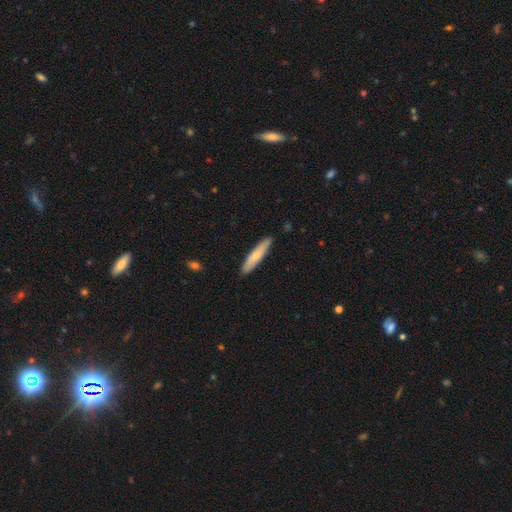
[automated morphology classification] smooth 71%, featured or disk 24%, star or artifact 5%. Down the decision tree: how rounded — cigar-shaped (88%); merging — none (89%).